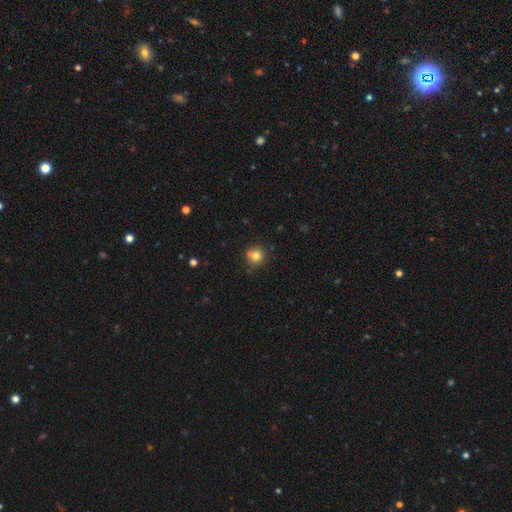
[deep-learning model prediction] smooth-or-featured: smooth: 80% | star or artifact: 12% | featured or disk: 8%
  how-rounded: round: 90% | in between: 9% | cigar-shaped: 1%
  merging: none: 73% | minor disturbance: 16% | merger: 8% | major disturbance: 4%